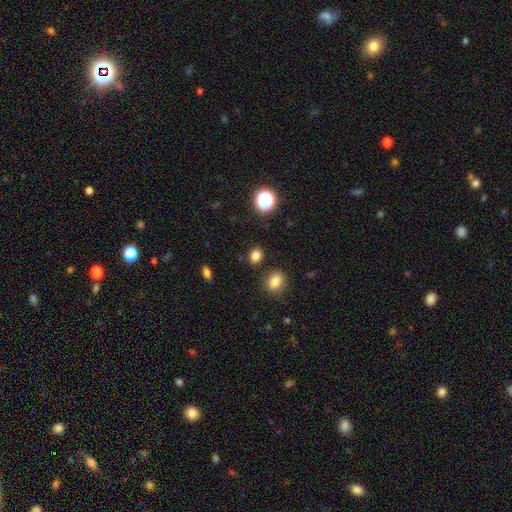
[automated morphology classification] smooth-or-featured: smooth: 81% | star or artifact: 15% | featured or disk: 4%
  how-rounded: round: 57% | in between: 42% | cigar-shaped: 1%
  merging: none: 84% | minor disturbance: 9% | merger: 5% | major disturbance: 3%